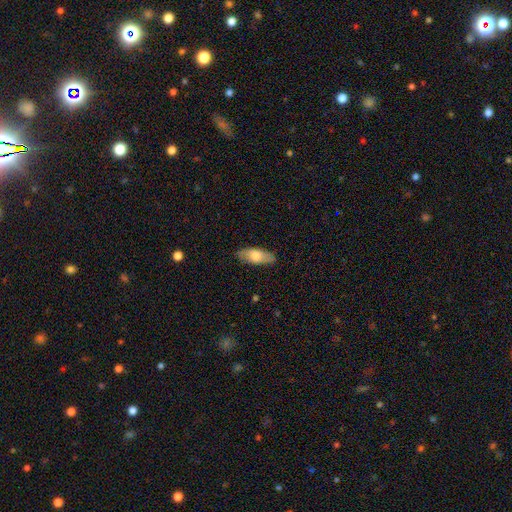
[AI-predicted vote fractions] smooth_or_featured: smooth (p=0.68) [alt: featured or disk p=0.26]
how_rounded: in between (p=0.79) [alt: cigar-shaped p=0.19]
merging: none (p=0.82) [alt: minor disturbance p=0.14]